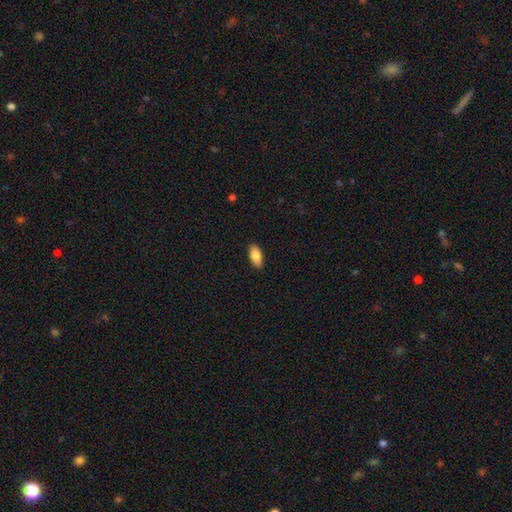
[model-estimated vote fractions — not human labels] Overall: smooth (84%). How rounded: in between (89%). Merging: none (90%).